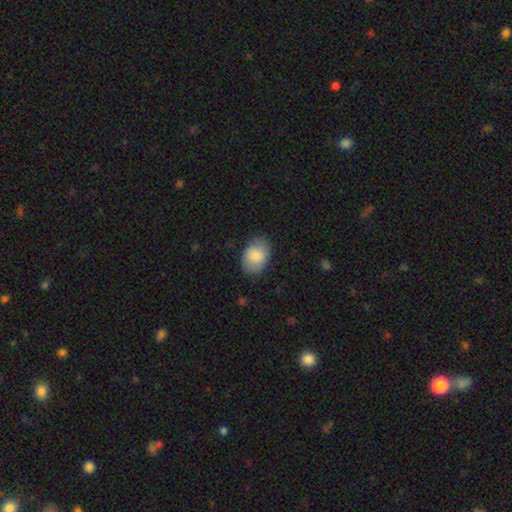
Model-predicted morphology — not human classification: type=smooth (80%); roundness=in between (77%); merging=none (79%).